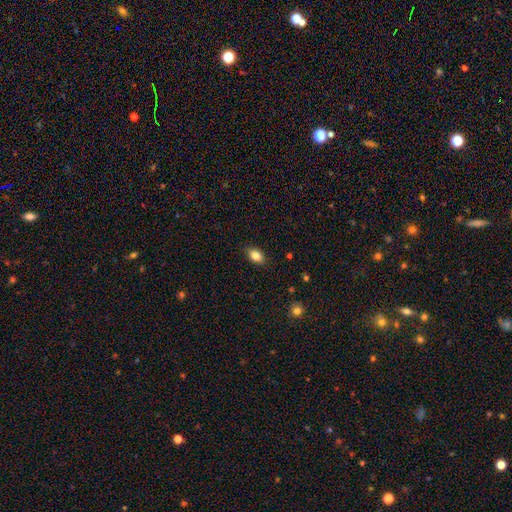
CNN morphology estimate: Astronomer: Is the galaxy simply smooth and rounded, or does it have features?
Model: smooth — 84%.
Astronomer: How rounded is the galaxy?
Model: in between — 83%.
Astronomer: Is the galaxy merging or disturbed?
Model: none — 87%.